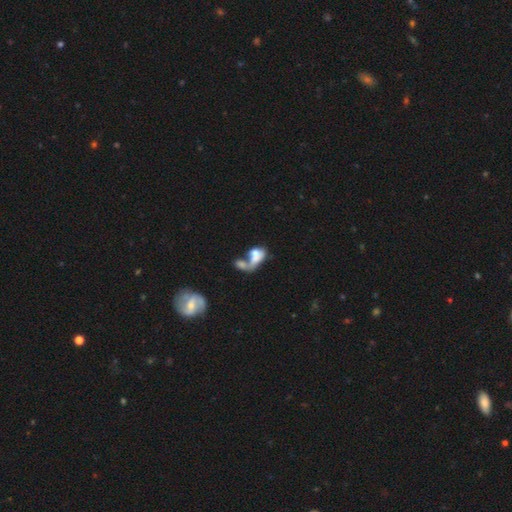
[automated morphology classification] The model was most divided on "smooth or featured": smooth: 63%, featured or disk: 28%, star or artifact: 10%. More confident: how rounded — in between (81%); merging — merger (70%).